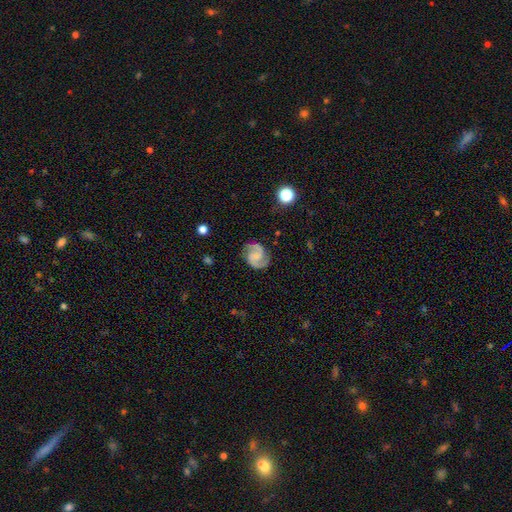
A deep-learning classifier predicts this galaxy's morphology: Q: Smooth or featured?
A: featured or disk (89%); runner-up: smooth (6%)
Q: Edge-on disk?
A: no (98%); runner-up: yes (2%)
Q: Bar?
A: no (51%); runner-up: weak (39%)
Q: Spiral arms?
A: yes (98%); runner-up: no (2%)
Q: Spiral winding?
A: medium (57%); runner-up: tight (29%)
Q: Spiral arm count?
A: 2 (91%); runner-up: 3 (3%)
Q: Bulge size?
A: small (41%); runner-up: none (40%)
Q: Merging?
A: none (83%); runner-up: minor disturbance (12%)